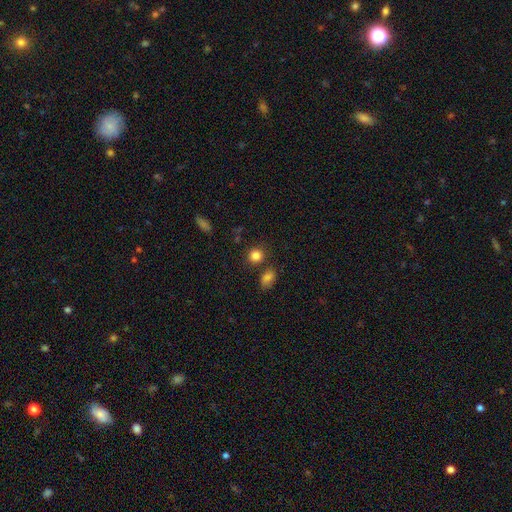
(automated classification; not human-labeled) Q: Smooth or featured?
A: smooth (84%); runner-up: star or artifact (11%)
Q: How rounded?
A: round (82%); runner-up: in between (17%)
Q: Merging?
A: none (75%); runner-up: merger (11%)